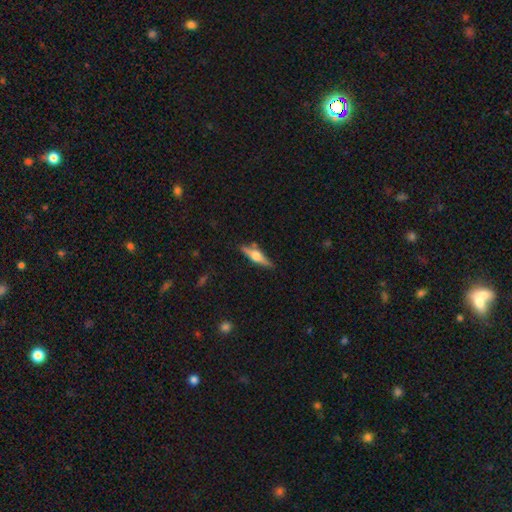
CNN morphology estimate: A featured or disk galaxy (64%) viewed edge-on (96%) with a rounded central bulge (91%). Merging: none (81%).